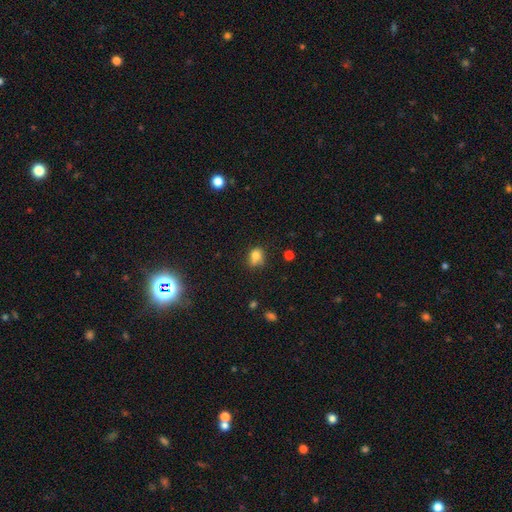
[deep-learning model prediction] A smooth galaxy with no disk features (75%) that is round (53%).

Vote fractions:
- Smooth or featured? smooth: 75% / star or artifact: 13% / featured or disk: 12%
- How rounded? round: 53% / in between: 46% / cigar-shaped: 1%
- Merging? none: 43% / minor disturbance: 26% / merger: 20% / major disturbance: 10%